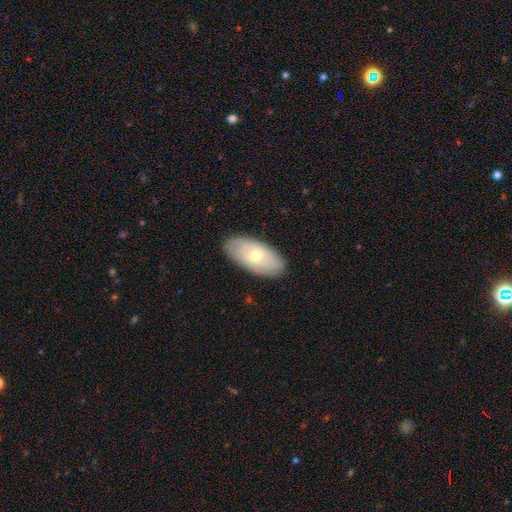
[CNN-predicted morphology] type=smooth (57%); roundness=in between (92%); merging=none (86%).